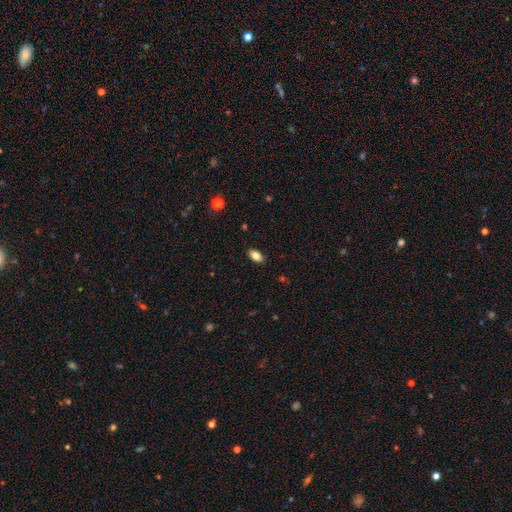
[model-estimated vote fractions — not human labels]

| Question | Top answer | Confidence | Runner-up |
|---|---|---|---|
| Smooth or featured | smooth | 83% | featured or disk (9%) |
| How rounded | in between | 92% | round (6%) |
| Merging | none | 88% | minor disturbance (9%) |